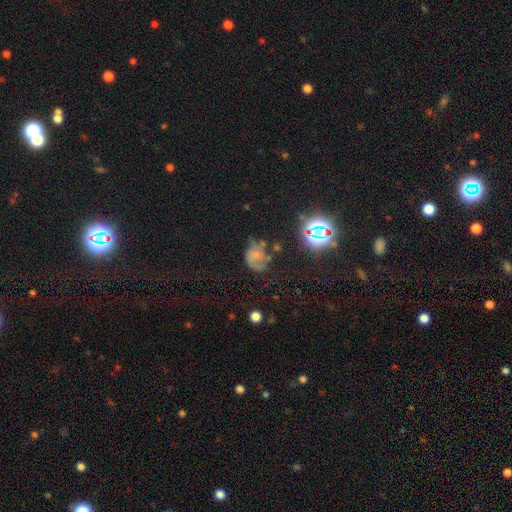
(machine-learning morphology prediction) Smooth or featured? smooth (50%)
Merging? none (37%)